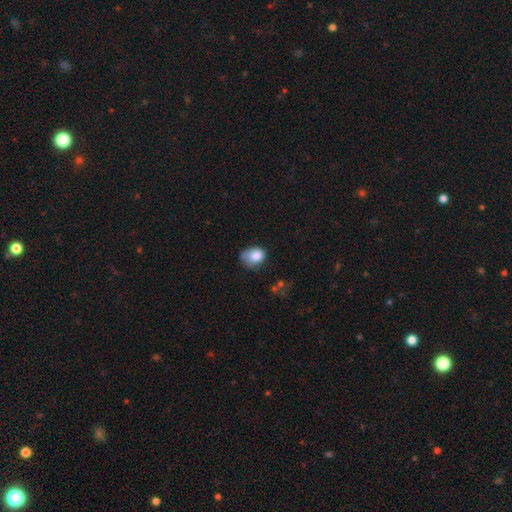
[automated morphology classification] A smooth galaxy with no disk features (80%) that is in between round and cigar-shaped (62%). Merging: minor disturbance (39%).